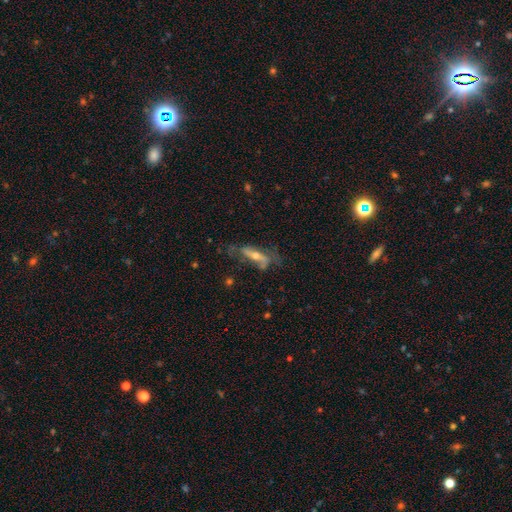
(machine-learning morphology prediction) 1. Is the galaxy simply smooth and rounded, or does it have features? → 67% featured or disk, 25% smooth, 8% star or artifact.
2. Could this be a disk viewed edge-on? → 63% no, 37% yes.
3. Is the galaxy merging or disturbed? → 51% none, 24% minor disturbance, 22% major disturbance, 3% merger.